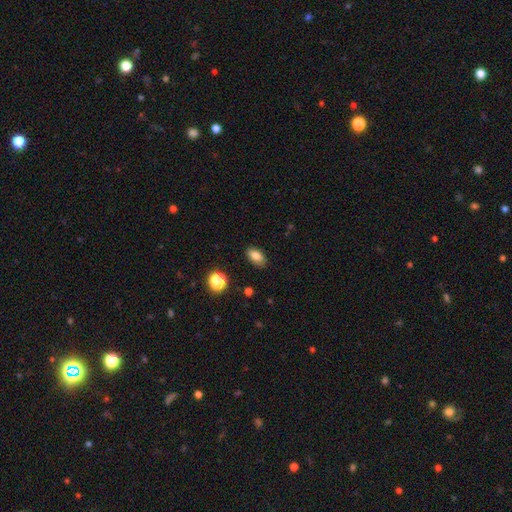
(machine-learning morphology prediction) The model was most divided on "smooth or featured": smooth: 82%, star or artifact: 10%, featured or disk: 8%. More confident: how rounded — in between (89%); merging — none (86%).